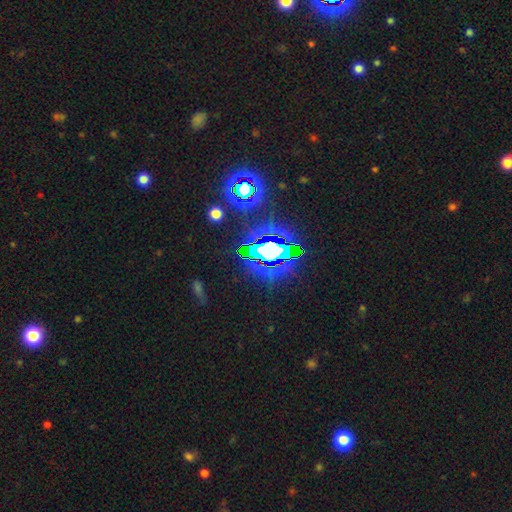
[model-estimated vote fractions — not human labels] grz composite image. It shows a star or artifact, not a galaxy (82%).